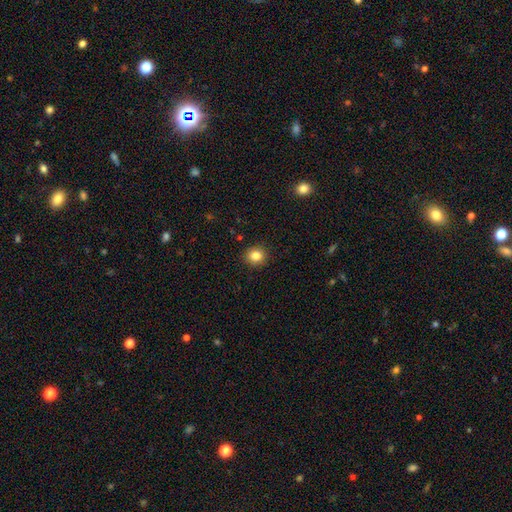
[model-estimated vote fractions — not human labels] A smooth galaxy with no disk features (83%) that is round (87%).

Vote fractions:
- Smooth or featured? smooth: 83% / star or artifact: 11% / featured or disk: 6%
- How rounded? round: 87% / in between: 12% / cigar-shaped: 1%
- Merging? none: 92% / minor disturbance: 6% / major disturbance: 2% / merger: 1%